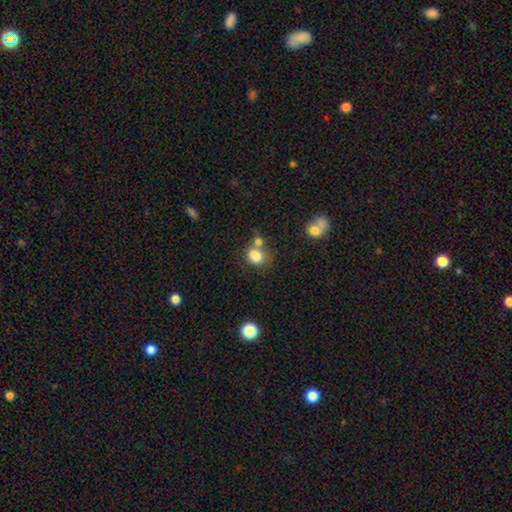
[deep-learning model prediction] A smooth galaxy with no disk features (80%) that is round (56%). Merging: none (43%).